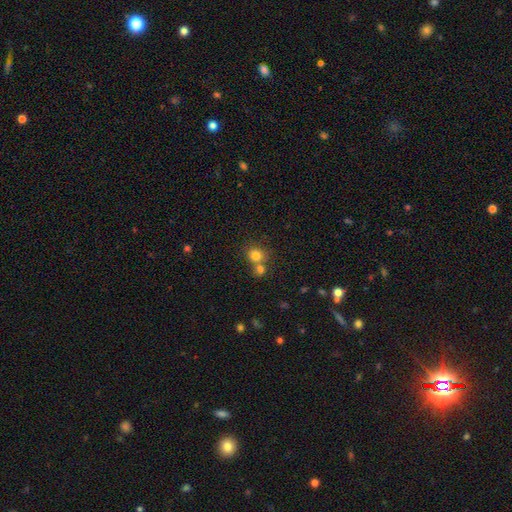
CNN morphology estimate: Smooth or featured: smooth — 80% (star or artifact — 13%)
How rounded: round — 83% (in between — 16%)
Merging: none — 52% (merger — 38%)